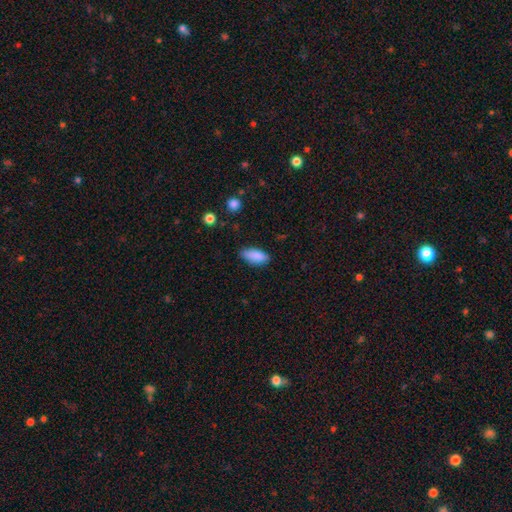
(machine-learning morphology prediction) This appears to be a smooth galaxy with no disk features (87%) that is in between round and cigar-shaped (83%). Merging: none (79%).